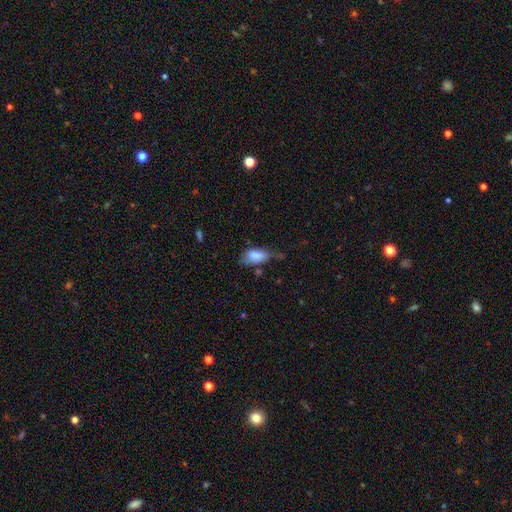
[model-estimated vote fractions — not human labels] Q: Smooth or featured?
A: smooth (82%); runner-up: featured or disk (11%)
Q: How rounded?
A: in between (90%); runner-up: cigar-shaped (6%)
Q: Merging?
A: minor disturbance (40%); runner-up: none (38%)